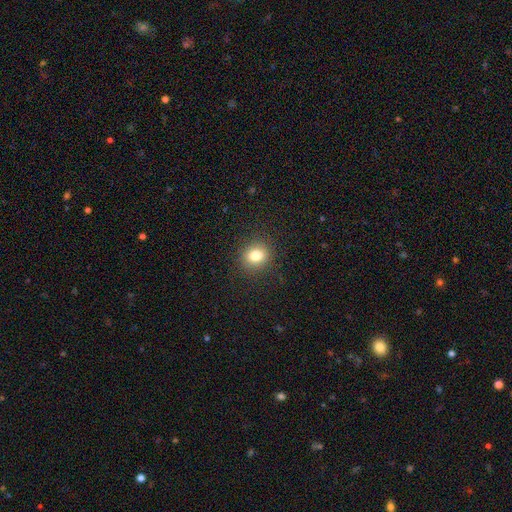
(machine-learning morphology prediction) smooth-or-featured: smooth: 81% | star or artifact: 12% | featured or disk: 7%
  how-rounded: round: 76% | in between: 23% | cigar-shaped: 1%
  merging: none: 89% | minor disturbance: 7% | major disturbance: 3% | merger: 1%